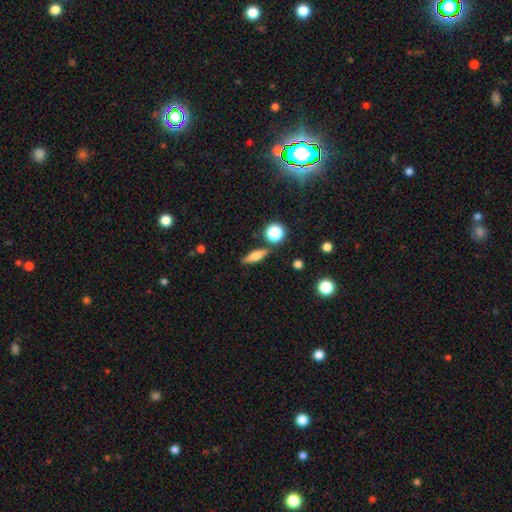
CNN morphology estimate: Smooth or featured? Predicted: smooth (p=0.53). How rounded? Predicted: cigar-shaped (p=0.48). Merging? Predicted: none (p=0.83).